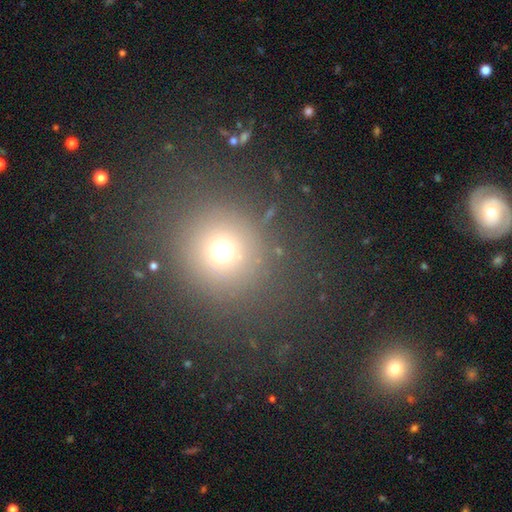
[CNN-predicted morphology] This is likely a smooth galaxy (64%). How rounded: clearly round (89%). Merging: clearly none (87%).